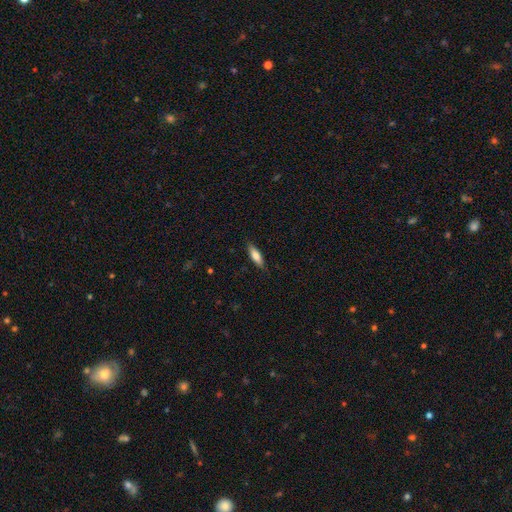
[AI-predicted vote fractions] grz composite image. It shows a smooth galaxy with no disk features (75%) that is cigar-shaped (52%). Merging: none (86%).